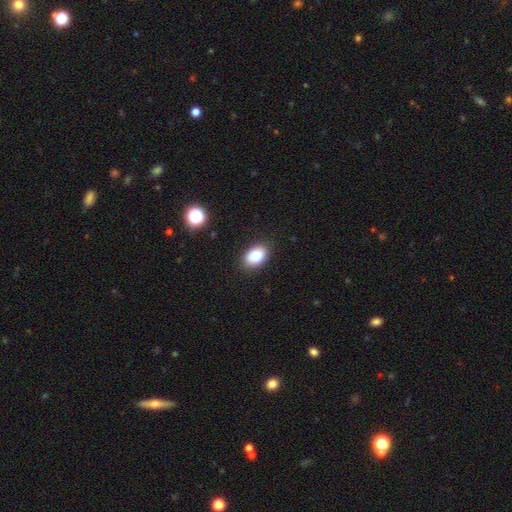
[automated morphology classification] This is clearly a smooth galaxy (86%). How rounded: clearly in between (86%). Merging: clearly none (86%).